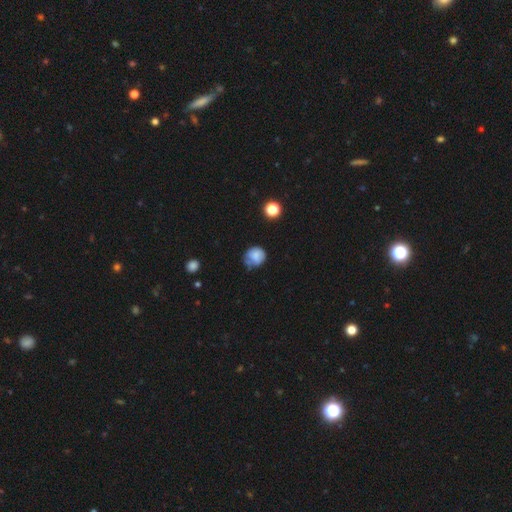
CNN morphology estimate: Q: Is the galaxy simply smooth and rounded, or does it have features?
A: smooth — 76%.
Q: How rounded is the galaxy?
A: round — 81%.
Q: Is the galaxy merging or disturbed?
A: none — 50%.